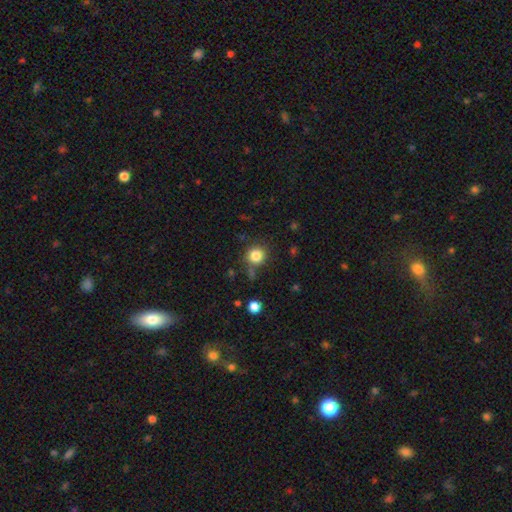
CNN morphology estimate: This is clearly a smooth galaxy (83%). How rounded: clearly round (92%). Merging: likely none (79%).